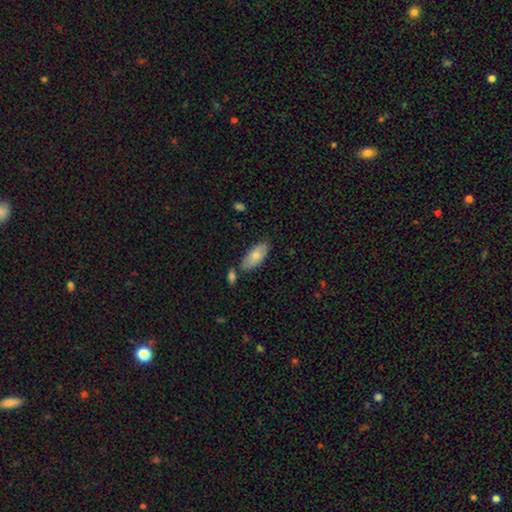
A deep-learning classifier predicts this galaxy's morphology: Smooth or featured? smooth (76%)
How rounded? in between (91%)
Merging? none (71%)